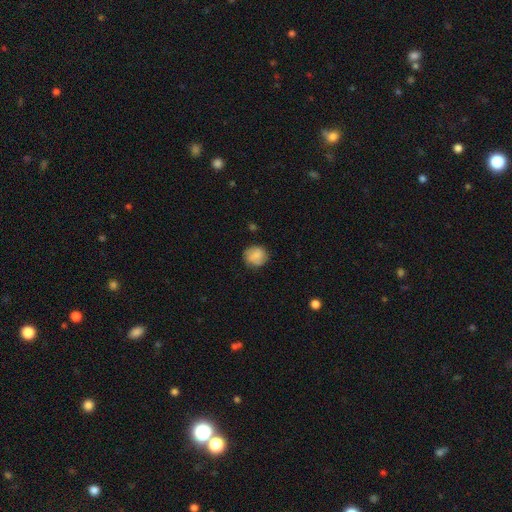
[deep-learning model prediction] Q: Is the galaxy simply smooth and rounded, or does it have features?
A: smooth — 78%.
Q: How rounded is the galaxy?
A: round — 81%.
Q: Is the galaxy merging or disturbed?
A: none — 77%.